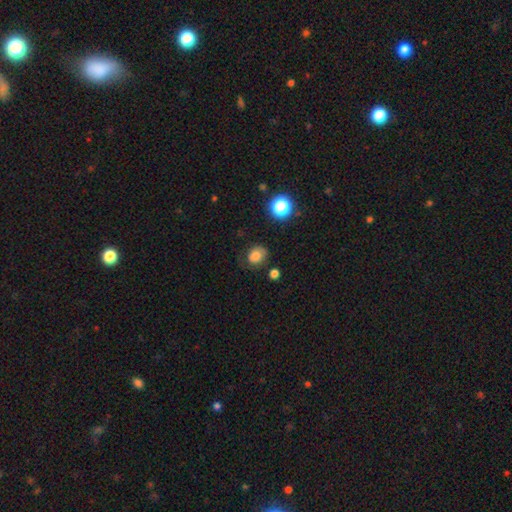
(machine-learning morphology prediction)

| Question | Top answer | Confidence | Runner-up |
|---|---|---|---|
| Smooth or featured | smooth | 76% | star or artifact (13%) |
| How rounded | round | 58% | in between (41%) |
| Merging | none | 64% | minor disturbance (24%) |